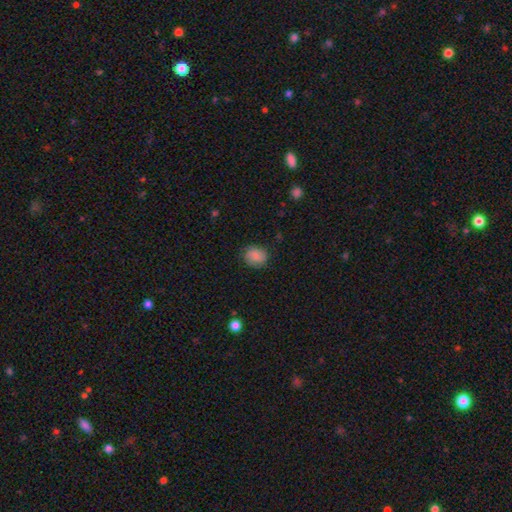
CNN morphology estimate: A smooth galaxy with no disk features (83%) that is round (68%).

Vote fractions:
- Smooth or featured? smooth: 83% / featured or disk: 9% / star or artifact: 8%
- How rounded? round: 68% / in between: 31% / cigar-shaped: 1%
- Merging? none: 80% / minor disturbance: 15% / major disturbance: 4% / merger: 1%